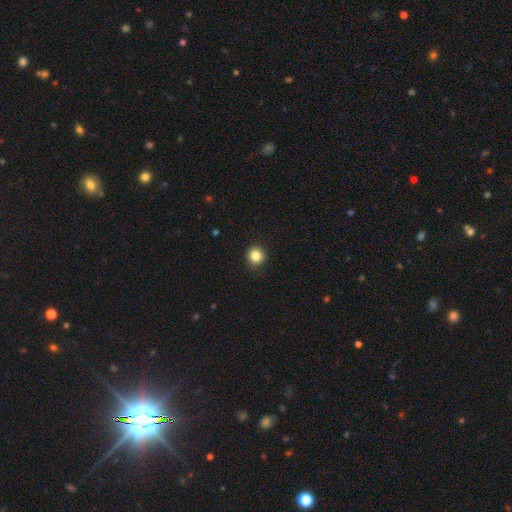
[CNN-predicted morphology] smooth-or-featured: smooth: 83% | star or artifact: 11% | featured or disk: 5%
  how-rounded: round: 91% | in between: 8% | cigar-shaped: 1%
  merging: none: 92% | minor disturbance: 5% | major disturbance: 2% | merger: 1%